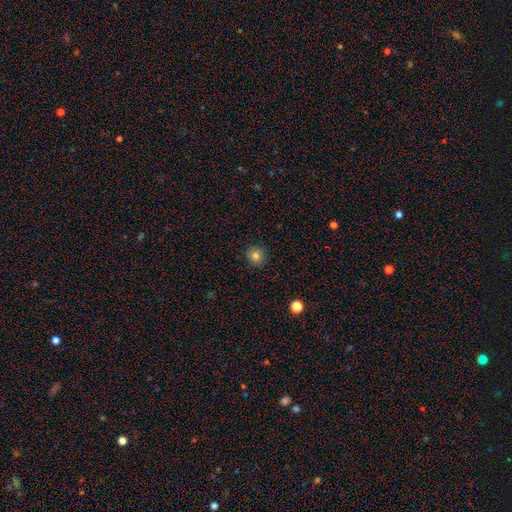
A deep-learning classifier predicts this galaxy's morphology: smooth_or_featured: smooth (p=0.80) [alt: star or artifact p=0.12]
how_rounded: round (p=0.90) [alt: in between p=0.09]
merging: none (p=0.90) [alt: minor disturbance p=0.07]